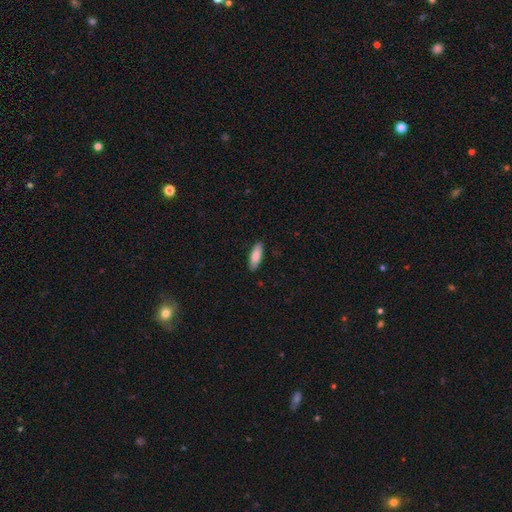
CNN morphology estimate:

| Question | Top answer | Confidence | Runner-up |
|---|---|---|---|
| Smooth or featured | smooth | 84% | featured or disk (10%) |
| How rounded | in between | 60% | cigar-shaped (38%) |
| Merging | none | 89% | minor disturbance (8%) |